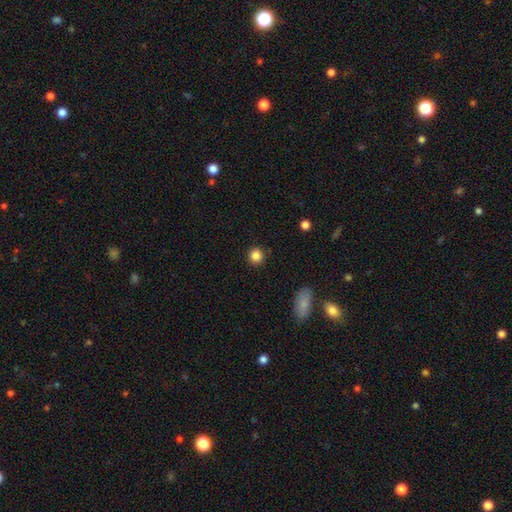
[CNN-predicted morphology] Q: Smooth or featured?
A: smooth (85%); runner-up: star or artifact (11%)
Q: How rounded?
A: round (92%); runner-up: in between (7%)
Q: Merging?
A: none (91%); runner-up: minor disturbance (6%)